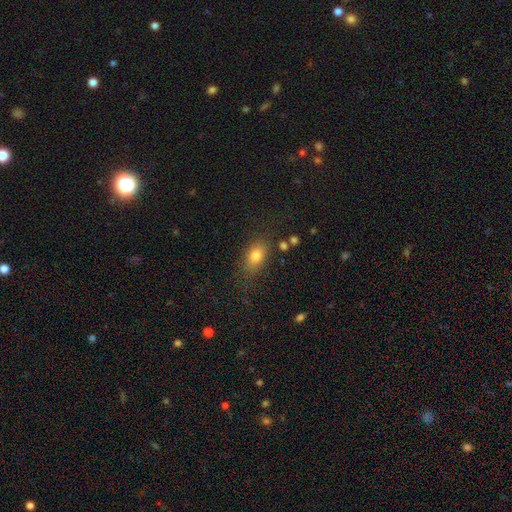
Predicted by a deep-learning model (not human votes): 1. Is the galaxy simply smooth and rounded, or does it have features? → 79% smooth, 11% featured or disk, 11% star or artifact.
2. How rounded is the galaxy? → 80% in between, 16% round, 4% cigar-shaped.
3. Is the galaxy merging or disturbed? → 75% none, 16% minor disturbance, 6% major disturbance, 3% merger.